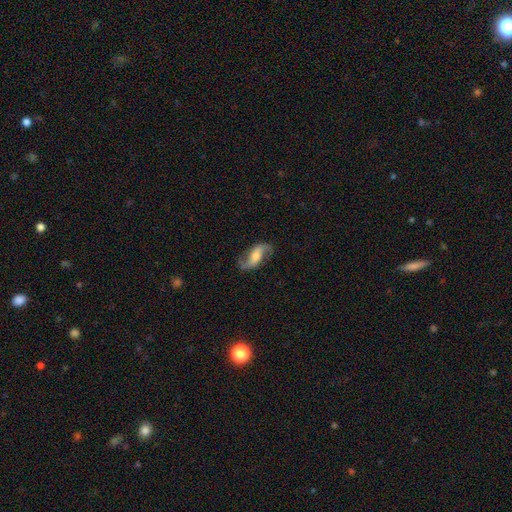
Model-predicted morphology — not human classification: smooth_or_featured: featured or disk (p=0.82) [alt: smooth p=0.13]
disk_edge_on: no (p=0.96) [alt: yes p=0.04]
bar: weak (p=0.40) [alt: no p=0.35]
has_spiral_arms: yes (p=0.95) [alt: no p=0.05]
spiral_winding: loose (p=0.69) [alt: medium p=0.25]
spiral_arm_count: 2 (p=0.93) [alt: 1 p=0.02]
bulge_size: moderate (p=0.49) [alt: small p=0.28]
merging: none (p=0.80) [alt: minor disturbance p=0.13]